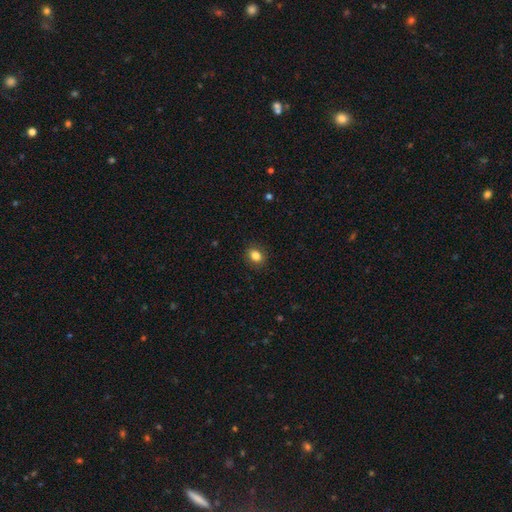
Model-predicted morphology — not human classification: The model was most divided on "how rounded": in between: 54%, round: 45%, cigar-shaped: 1%. More confident: merging — none (89%); smooth or featured — smooth (84%).